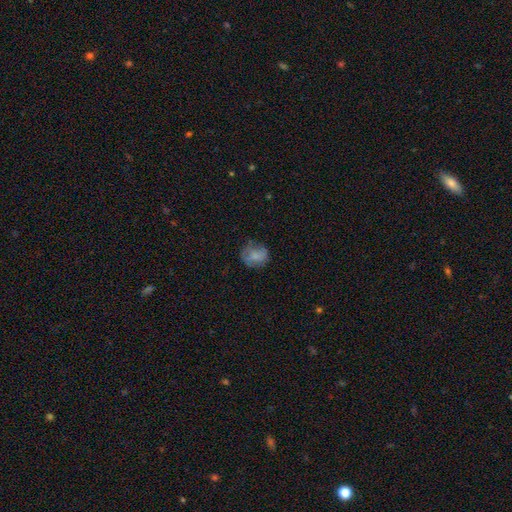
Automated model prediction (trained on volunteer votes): Smooth or featured: smooth — 67% (featured or disk — 23%)
How rounded: round — 72% (in between — 27%)
Merging: none — 65% (minor disturbance — 23%)